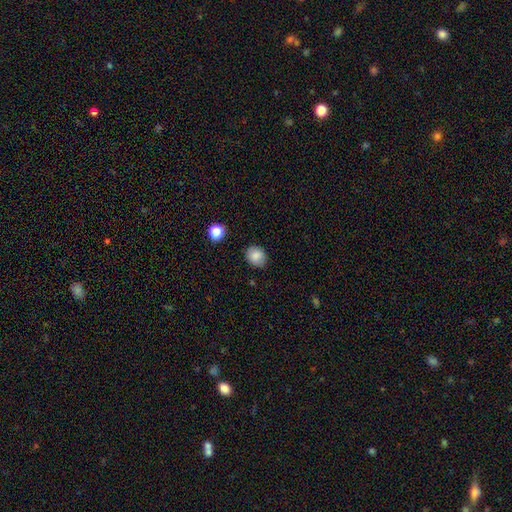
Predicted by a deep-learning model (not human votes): A smooth galaxy with no disk features (85%) that is round (62%).

Vote fractions:
- Smooth or featured? smooth: 85% / star or artifact: 9% / featured or disk: 5%
- How rounded? round: 62% / in between: 37% / cigar-shaped: 1%
- Merging? none: 84% / minor disturbance: 12% / major disturbance: 3% / merger: 2%